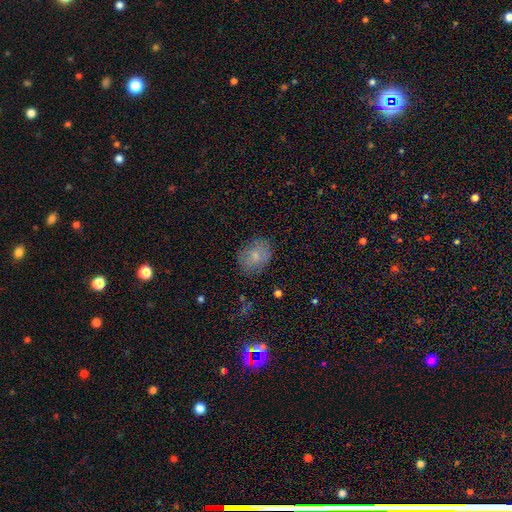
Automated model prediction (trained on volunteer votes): A smooth galaxy with no disk features (75%) that is in between round and cigar-shaped (60%). Merging: none (78%).